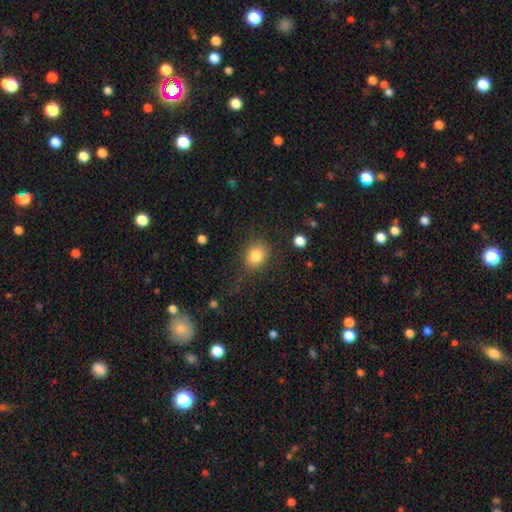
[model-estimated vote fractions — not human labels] smooth-or-featured: smooth: 83% | star or artifact: 10% | featured or disk: 7%
  how-rounded: round: 63% | in between: 36% | cigar-shaped: 1%
  merging: none: 78% | minor disturbance: 14% | major disturbance: 6% | merger: 2%